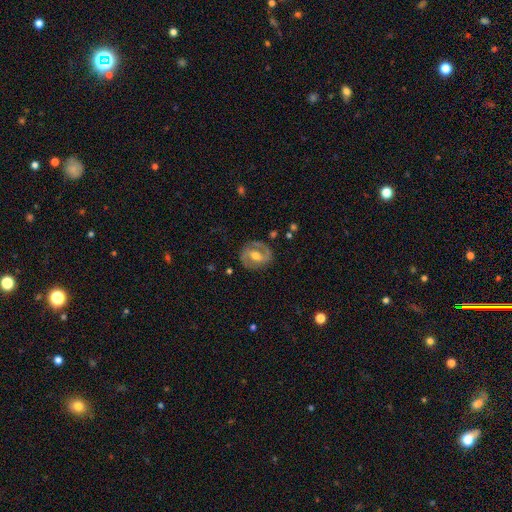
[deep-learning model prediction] smooth-or-featured: featured or disk: 78% | smooth: 16% | star or artifact: 5%
  disk-edge-on: no: 97% | yes: 3%
    bar: weak: 42% | strong: 37% | no: 22%
    has-spiral-arms: yes: 84% | no: 16%
      spiral-winding: medium: 51% | tight: 31% | loose: 18%
      spiral-arm-count: 2: 88% | can't tell: 6% | 1: 4% | 3: 1% | 4: 1% | more than 4: 1%
    bulge-size: moderate: 72% | small: 19% | large: 7% | none: 1% | dominant: 1%
  merging: none: 81% | minor disturbance: 12% | major disturbance: 5% | merger: 1%